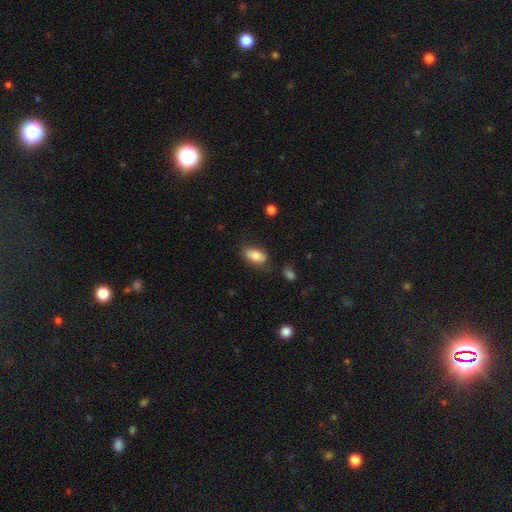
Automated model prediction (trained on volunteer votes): A smooth galaxy with no disk features (76%) that is in between round and cigar-shaped (90%).

Vote fractions:
- Smooth or featured? smooth: 76% / featured or disk: 17% / star or artifact: 7%
- How rounded? in between: 90% / cigar-shaped: 5% / round: 5%
- Merging? none: 70% / minor disturbance: 21% / major disturbance: 6% / merger: 2%